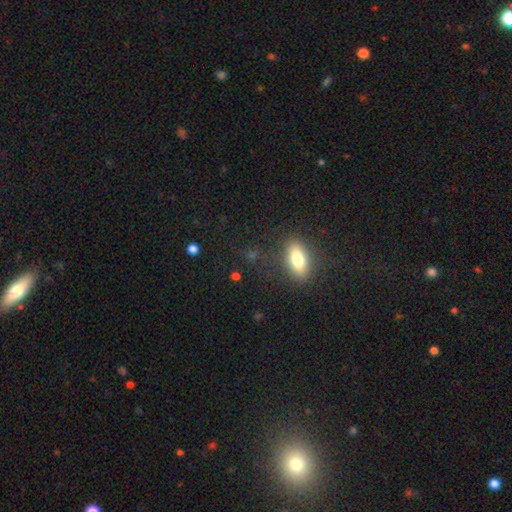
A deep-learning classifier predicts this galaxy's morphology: Smooth or featured? smooth (64%)
How rounded? in between (72%)
Merging? none (85%)